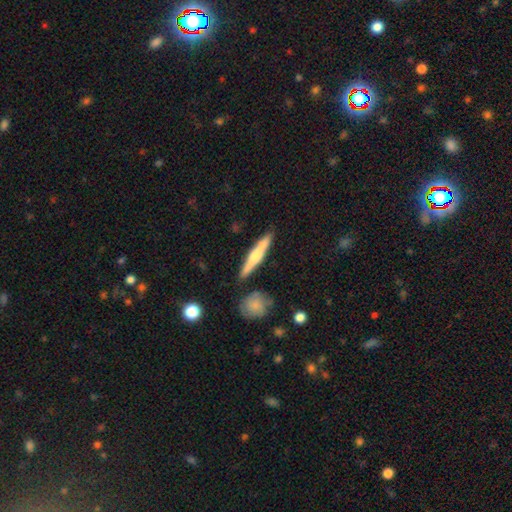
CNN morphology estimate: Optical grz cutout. It shows a featured or disk galaxy (51%) viewed edge-on (96%). Merging: none (85%).